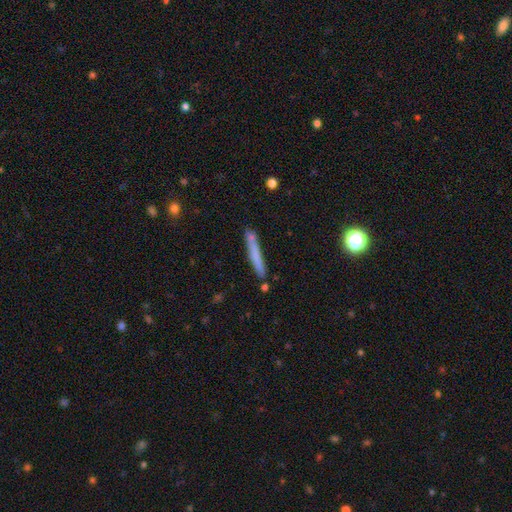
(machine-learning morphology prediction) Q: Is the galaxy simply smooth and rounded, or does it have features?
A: smooth — 69%.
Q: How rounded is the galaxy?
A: cigar-shaped — 96%.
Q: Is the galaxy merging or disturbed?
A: none — 77%.